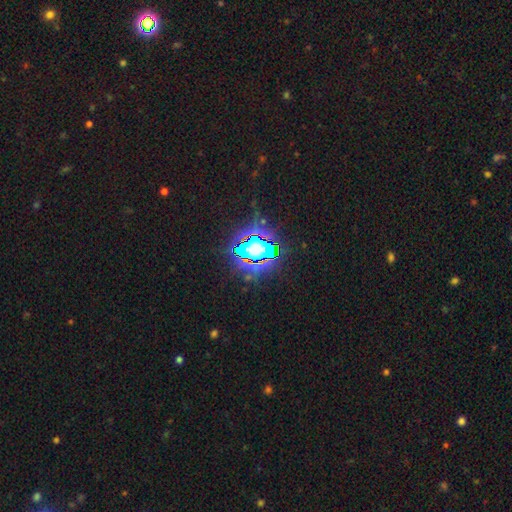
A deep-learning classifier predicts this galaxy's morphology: This appears to be a star or artifact, not a galaxy (85%).